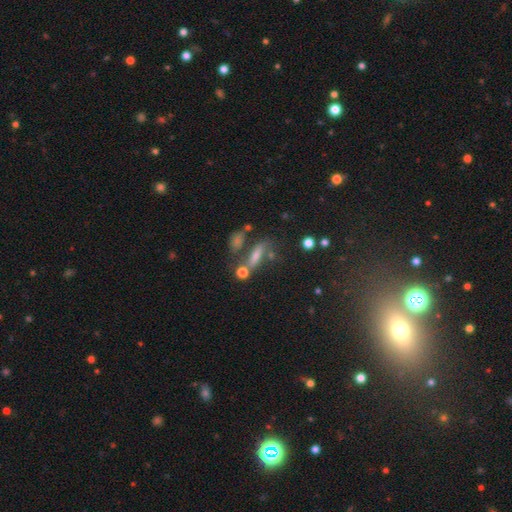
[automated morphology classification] Smooth or featured?
  - smooth: 47% *
  - featured or disk: 32%
  - star or artifact: 22%
Merging?
  - none: 50% *
  - merger: 22%
  - minor disturbance: 16%
  - major disturbance: 12%